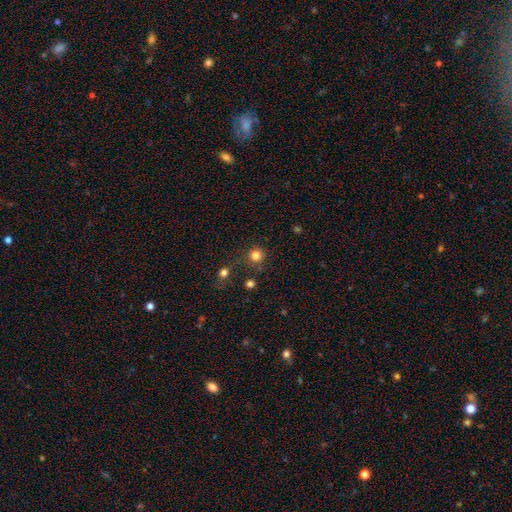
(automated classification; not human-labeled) smooth 81%, star or artifact 14%, featured or disk 5%. Down the decision tree: how rounded — round (94%); merging — none (81%).